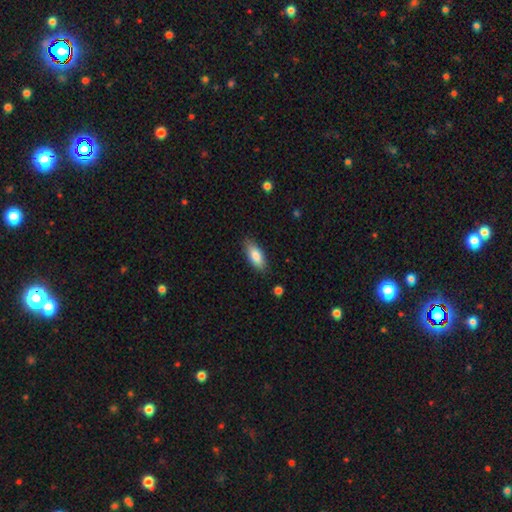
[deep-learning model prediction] This is clearly a smooth galaxy (84%). How rounded: likely in between (79%). Merging: clearly none (84%).